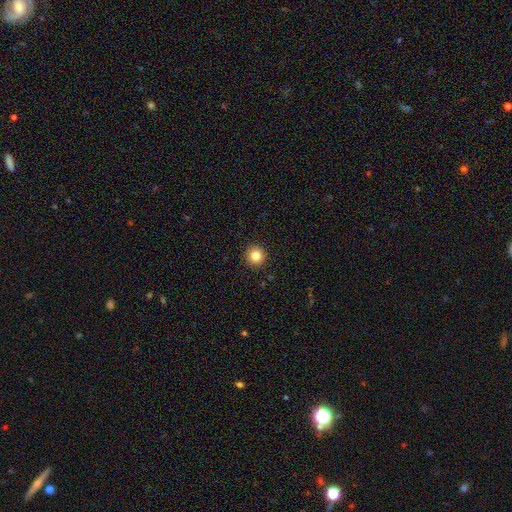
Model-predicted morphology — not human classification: Smooth or featured? smooth (84%)
How rounded? round (96%)
Merging? none (93%)